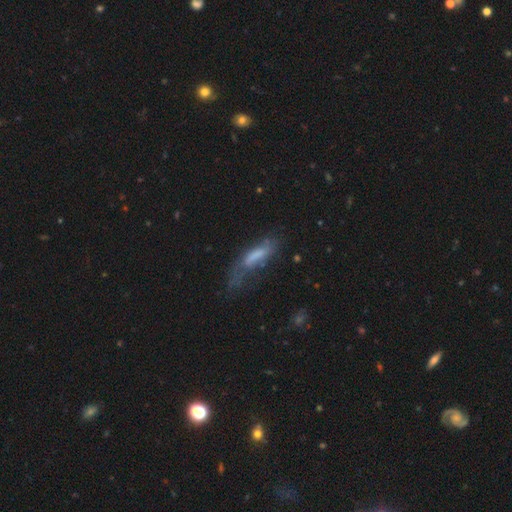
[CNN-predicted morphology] smooth-or-featured: smooth: 53% | featured or disk: 37% | star or artifact: 10%
  how-rounded: cigar-shaped: 63% | in between: 35% | round: 2%
  merging: none: 35% | major disturbance: 32% | minor disturbance: 29% | merger: 4%